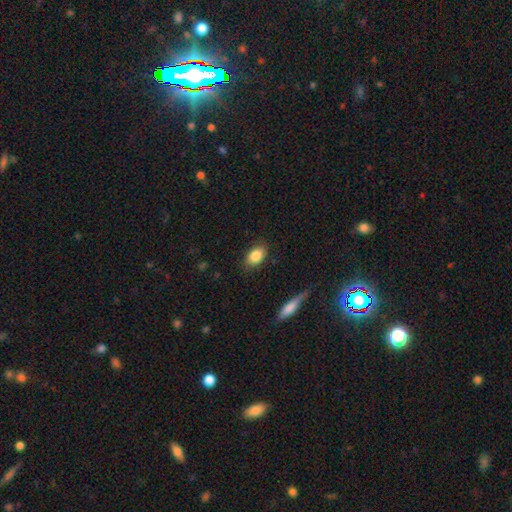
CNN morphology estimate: A smooth galaxy with no disk features (85%) that is in between round and cigar-shaped (84%). Merging: none (82%).